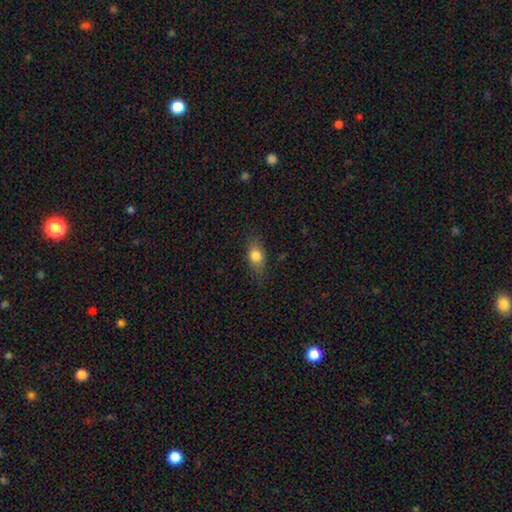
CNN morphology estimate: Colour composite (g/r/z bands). It shows a smooth galaxy with no disk features (77%) that is in between round and cigar-shaped (73%). Merging: none (79%).